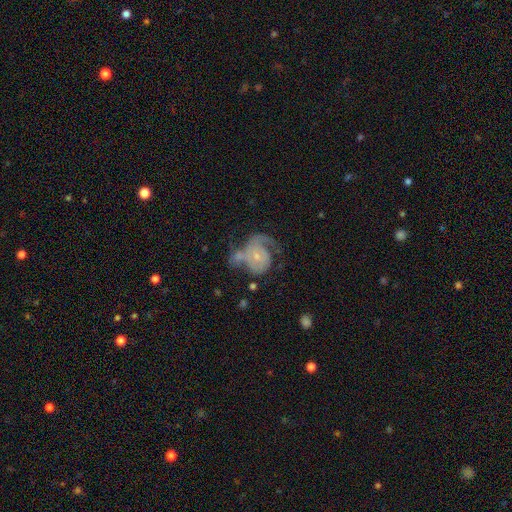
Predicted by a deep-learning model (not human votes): A featured or disk galaxy (72%) with no bar (74%), 1 (42%) medium (38%) spiral arms (86%) and a small central bulge (65%). Merging: none (29%).